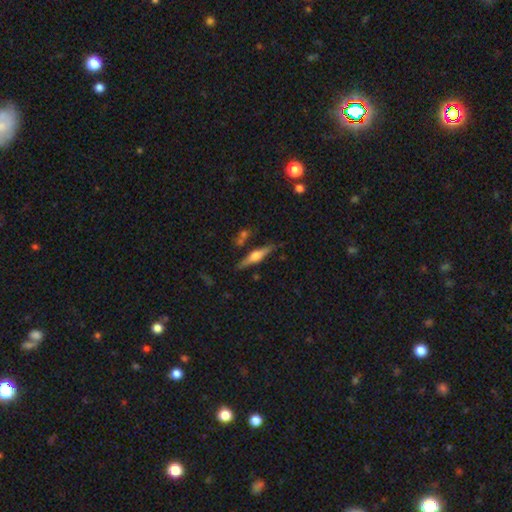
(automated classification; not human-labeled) smooth-or-featured: featured or disk: 67% | smooth: 26% | star or artifact: 6%
  disk-edge-on: yes: 97% | no: 3%
    edge-on-bulge: rounded: 91% | boxy: 7% | none: 3%
  merging: none: 81% | minor disturbance: 11% | merger: 5% | major disturbance: 3%